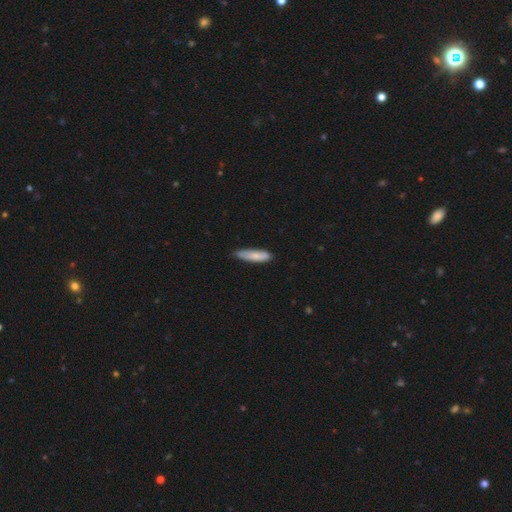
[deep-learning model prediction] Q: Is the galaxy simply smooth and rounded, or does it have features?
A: smooth — 79%.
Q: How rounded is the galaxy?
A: cigar-shaped — 68%.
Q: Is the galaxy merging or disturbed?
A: none — 72%.